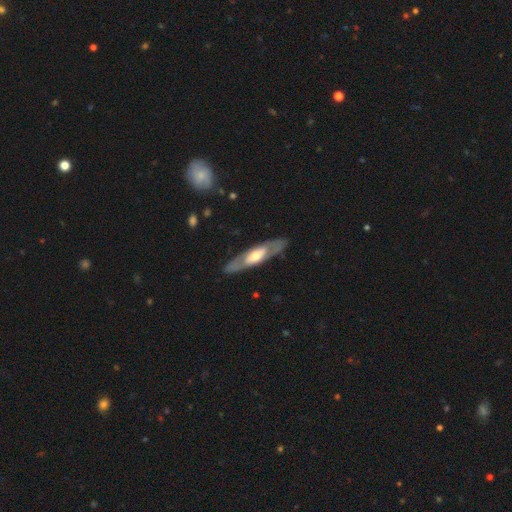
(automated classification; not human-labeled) Smooth or featured: featured or disk — 63% (smooth — 32%)
Edge-on disk: no — 57% (yes — 43%)
Merging: none — 84% (minor disturbance — 11%)